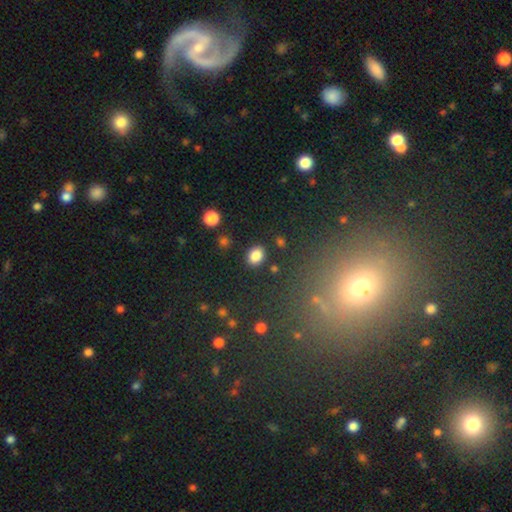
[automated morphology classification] Smooth or featured?
  - smooth: 85% *
  - star or artifact: 10%
  - featured or disk: 5%
How rounded?
  - in between: 60% *
  - round: 39%
  - cigar-shaped: 1%
Merging?
  - none: 86% *
  - minor disturbance: 9%
  - merger: 3%
  - major disturbance: 3%